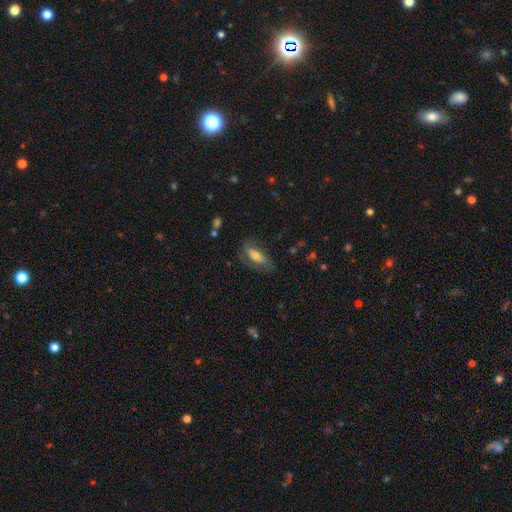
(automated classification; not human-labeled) A smooth galaxy with no disk features (52%) that is in between round and cigar-shaped (78%). Merging: none (65%).